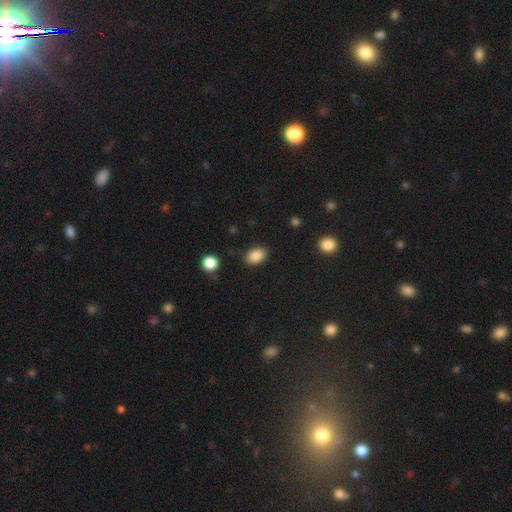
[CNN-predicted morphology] Smooth or featured?
  - smooth: 87% *
  - star or artifact: 8%
  - featured or disk: 4%
How rounded?
  - in between: 82% *
  - round: 16%
  - cigar-shaped: 1%
Merging?
  - none: 84% *
  - minor disturbance: 11%
  - major disturbance: 3%
  - merger: 2%